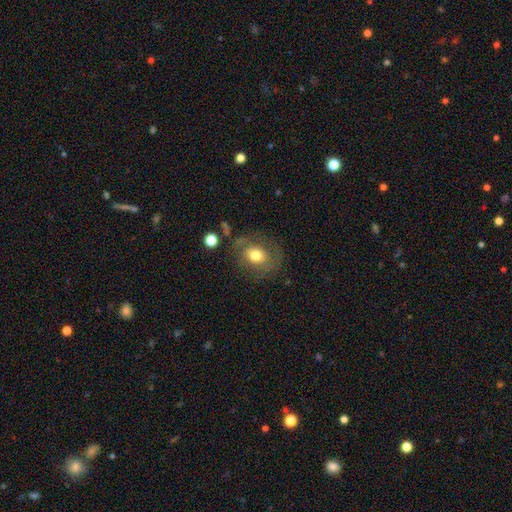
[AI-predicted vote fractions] Smooth or featured? smooth (66%)
How rounded? round (55%)
Merging? none (65%)